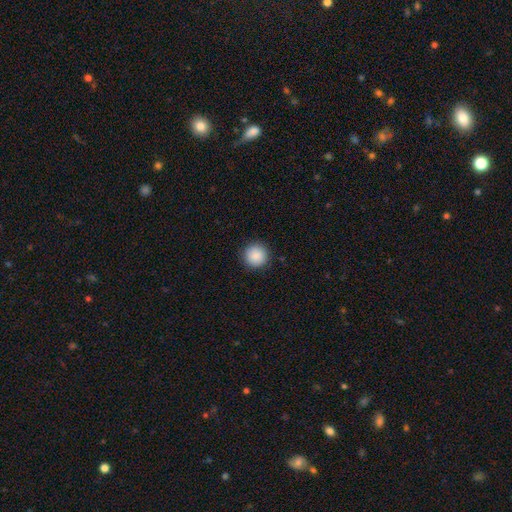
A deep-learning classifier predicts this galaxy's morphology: type=smooth (88%); roundness=round (96%); merging=none (92%).